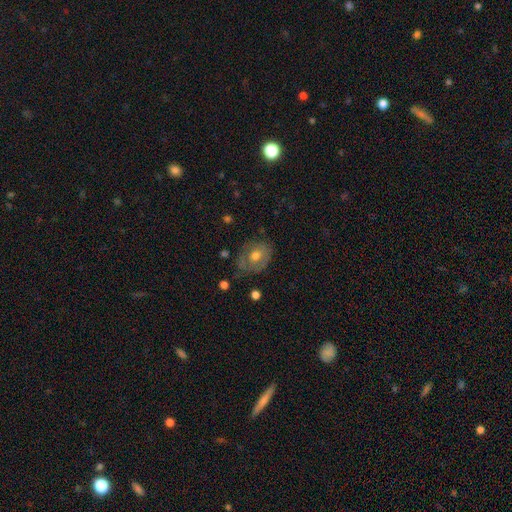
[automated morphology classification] Q: Smooth or featured?
A: smooth (50%); runner-up: featured or disk (41%)
Q: Merging?
A: none (66%); runner-up: minor disturbance (23%)